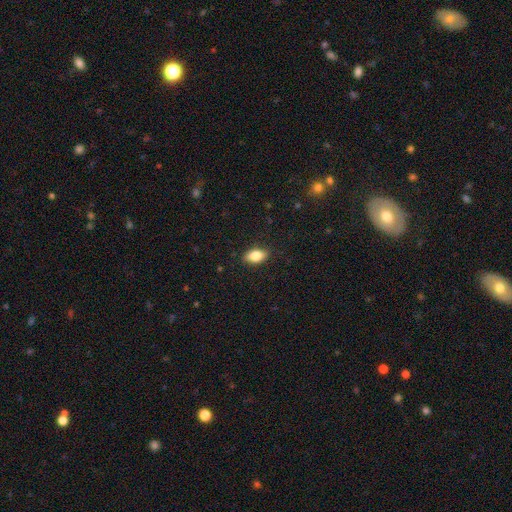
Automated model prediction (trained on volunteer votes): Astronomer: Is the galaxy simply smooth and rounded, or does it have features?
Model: smooth — 83%.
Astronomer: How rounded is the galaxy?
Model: in between — 90%.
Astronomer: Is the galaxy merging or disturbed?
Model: none — 88%.